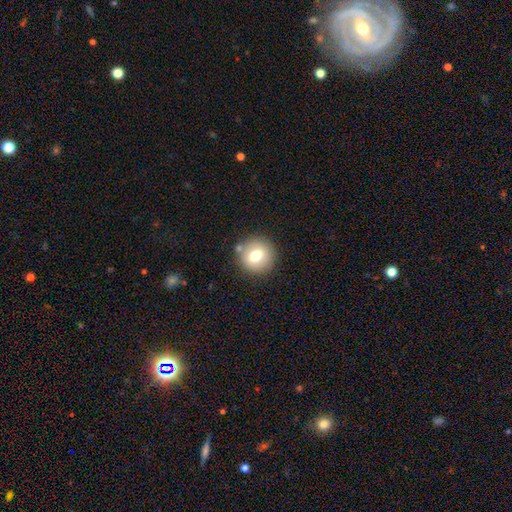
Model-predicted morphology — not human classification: Overall: smooth (72%). How rounded: round (92%). Merging: none (83%).